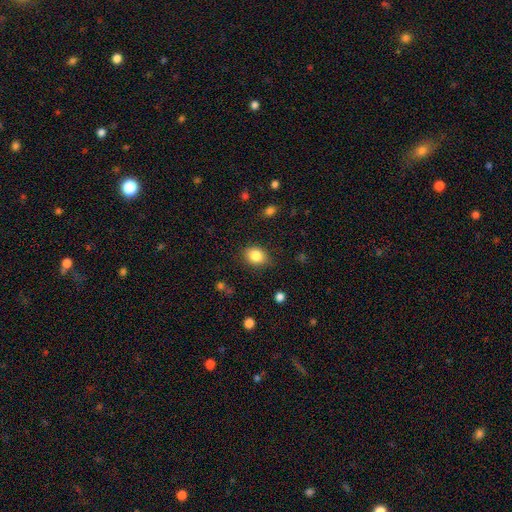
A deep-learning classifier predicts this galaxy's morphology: type=smooth (85%); roundness=in between (61%); merging=none (82%).